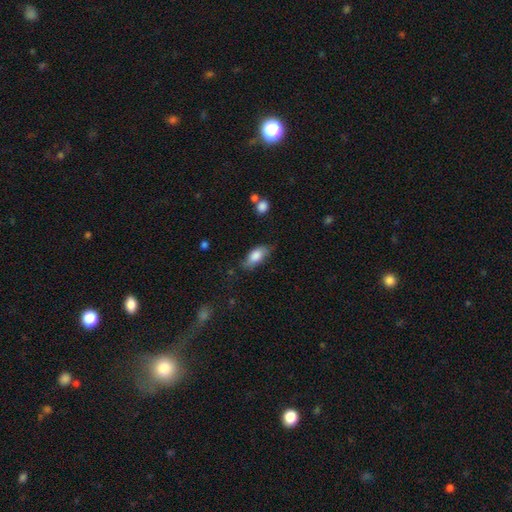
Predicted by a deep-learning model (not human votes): This appears to be a smooth galaxy with no disk features (80%) that is in between round and cigar-shaped (87%). Merging: none (70%).